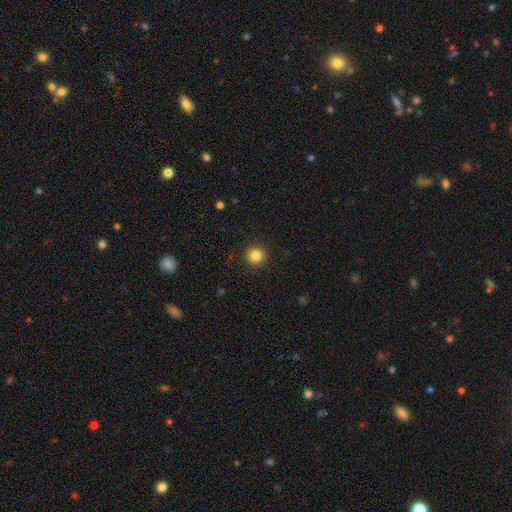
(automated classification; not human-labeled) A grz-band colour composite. It shows a smooth galaxy with no disk features (84%) that is round (94%). Merging: none (92%).